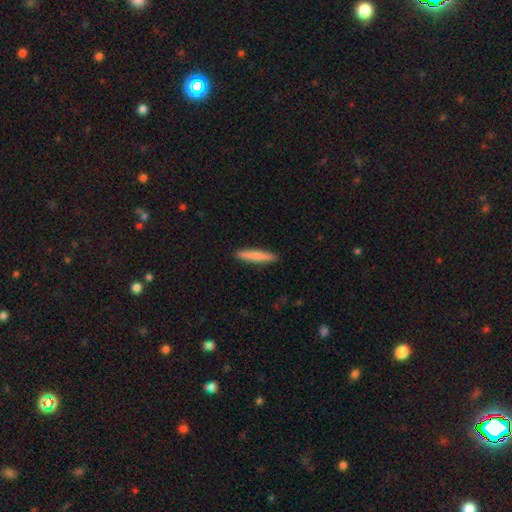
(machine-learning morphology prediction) This appears to be a smooth galaxy with no disk features (80%) that is cigar-shaped (92%). Merging: none (92%).